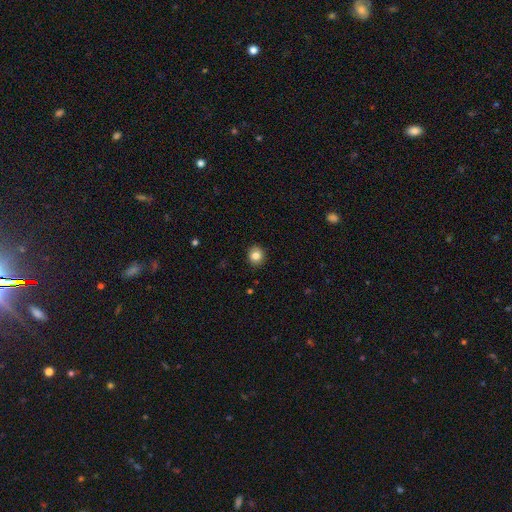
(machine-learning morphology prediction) Q: Smooth or featured?
A: smooth (84%); runner-up: star or artifact (10%)
Q: How rounded?
A: round (82%); runner-up: in between (17%)
Q: Merging?
A: none (91%); runner-up: minor disturbance (7%)